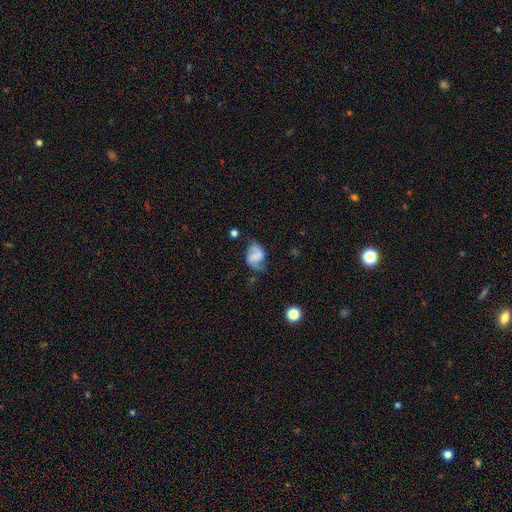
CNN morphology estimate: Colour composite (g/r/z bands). It shows a featured or disk galaxy (47%). Merging: none (47%).